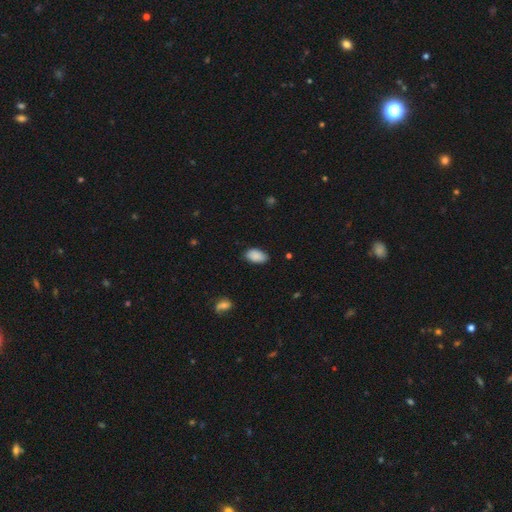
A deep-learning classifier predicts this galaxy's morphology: Smooth or featured: smooth — 88% (star or artifact — 7%)
How rounded: in between — 94% (round — 5%)
Merging: none — 80% (minor disturbance — 16%)